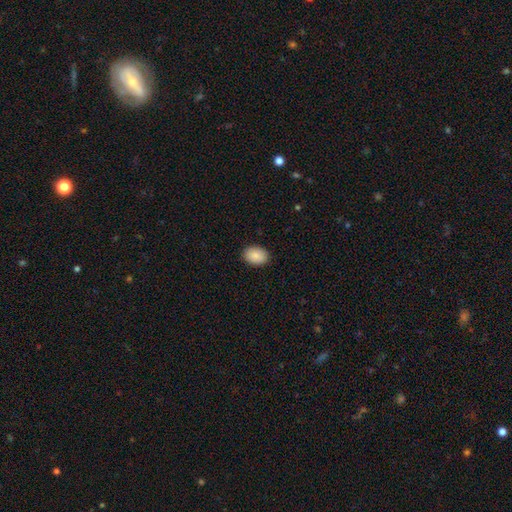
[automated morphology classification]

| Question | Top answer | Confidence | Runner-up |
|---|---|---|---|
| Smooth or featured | smooth | 89% | star or artifact (7%) |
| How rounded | in between | 79% | round (20%) |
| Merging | none | 89% | minor disturbance (8%) |